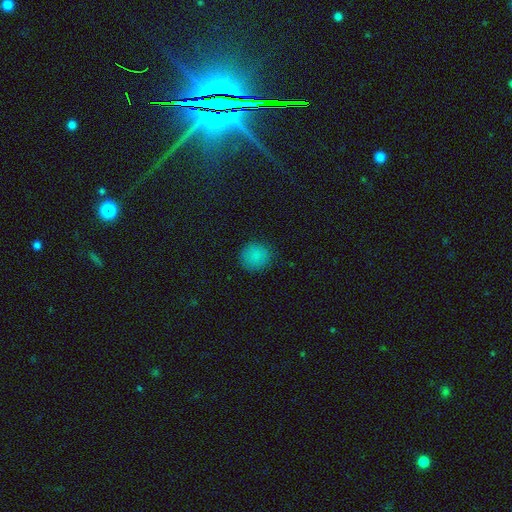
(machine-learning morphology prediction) Smooth or featured: smooth — 84% (star or artifact — 12%)
How rounded: round — 91% (in between — 8%)
Merging: none — 87% (minor disturbance — 9%)